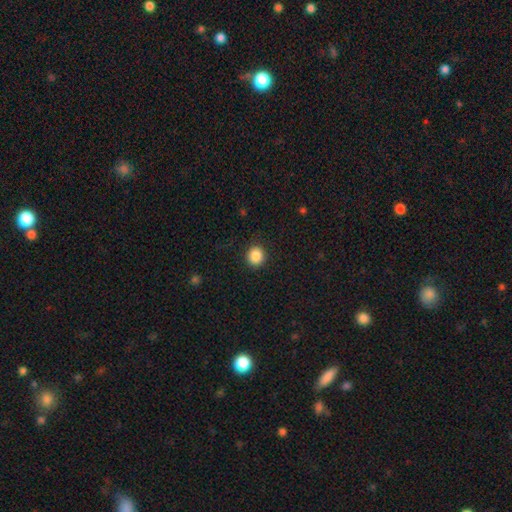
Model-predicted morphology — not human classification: type=smooth (87%); roundness=round (87%); merging=none (90%).